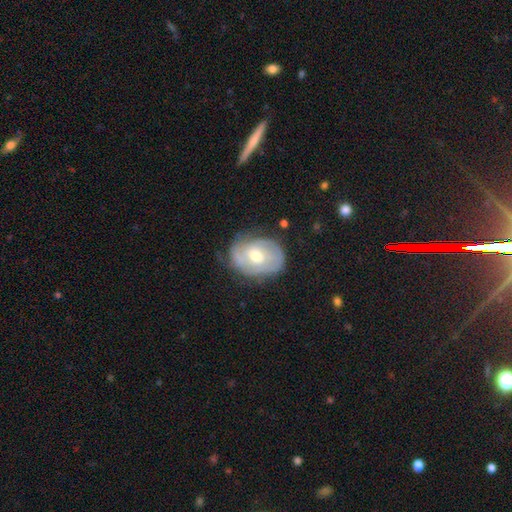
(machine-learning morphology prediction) Smooth or featured? Predicted: featured or disk (p=0.72). Edge-on disk? Predicted: no (p=0.96). Bar? Predicted: no (p=0.63). Spiral arms? Predicted: yes (p=0.82). Spiral winding? Predicted: tight (p=0.60). Spiral arm count? Predicted: can't tell (p=0.38). Bulge size? Predicted: moderate (p=0.67). Merging? Predicted: none (p=0.66).